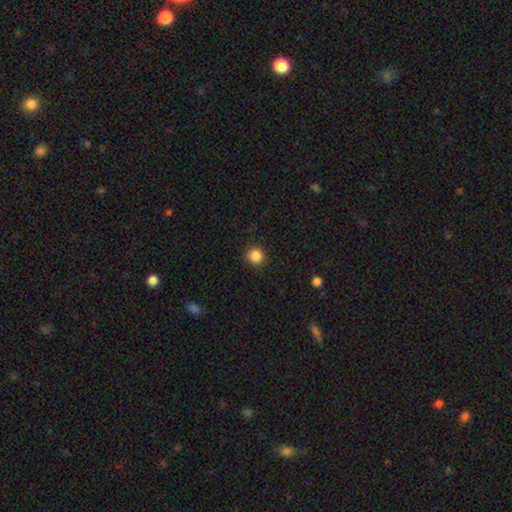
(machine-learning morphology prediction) smooth-or-featured: smooth: 86% | star or artifact: 10% | featured or disk: 3%
  how-rounded: round: 92% | in between: 7% | cigar-shaped: 1%
  merging: none: 90% | minor disturbance: 7% | major disturbance: 2% | merger: 1%